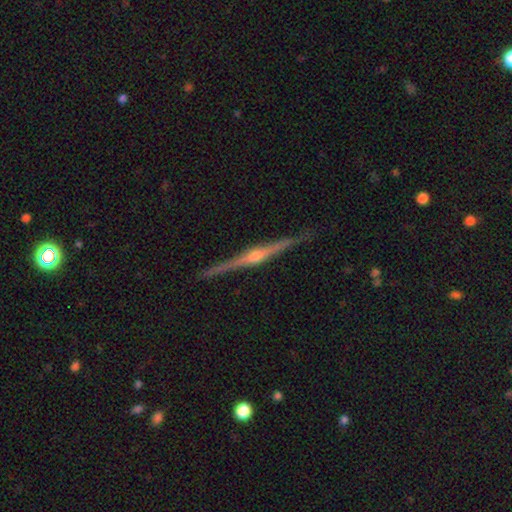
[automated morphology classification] Overall: featured or disk (85%). Edge-on disk: yes (99%). Edge-on bulge: rounded (89%). Merging: none (90%).